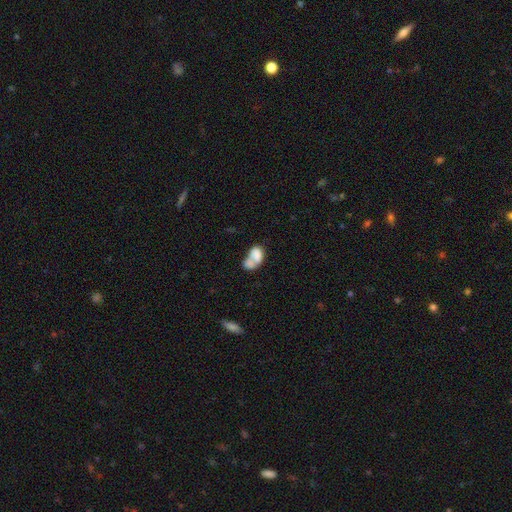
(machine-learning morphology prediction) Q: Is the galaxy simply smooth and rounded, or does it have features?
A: smooth — 67%.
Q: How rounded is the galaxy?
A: in between — 86%.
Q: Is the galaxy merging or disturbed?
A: merger — 65%.